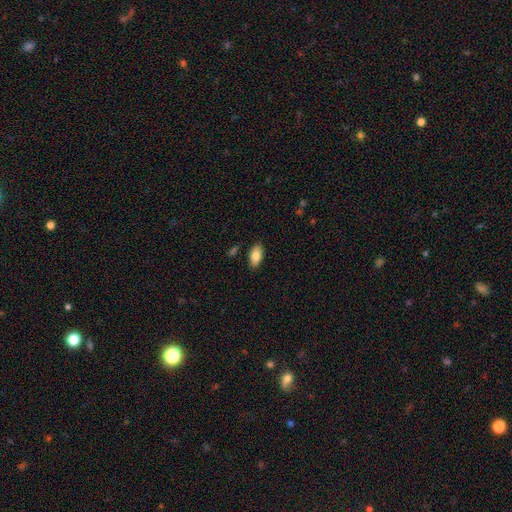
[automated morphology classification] type=smooth (84%); roundness=in between (92%); merging=none (86%).